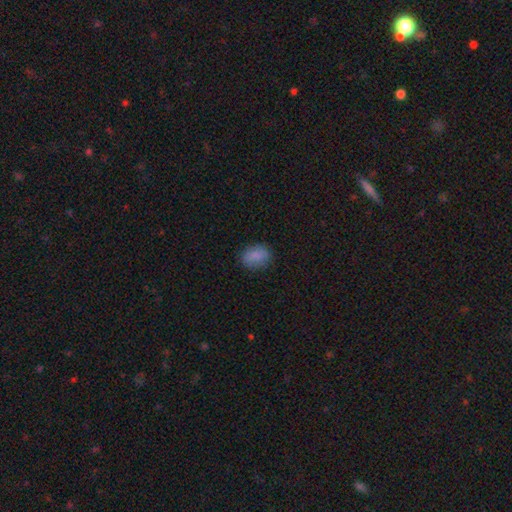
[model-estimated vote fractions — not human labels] smooth 86%, star or artifact 8%, featured or disk 6%. Down the decision tree: how rounded — in between (72%); merging — none (81%).